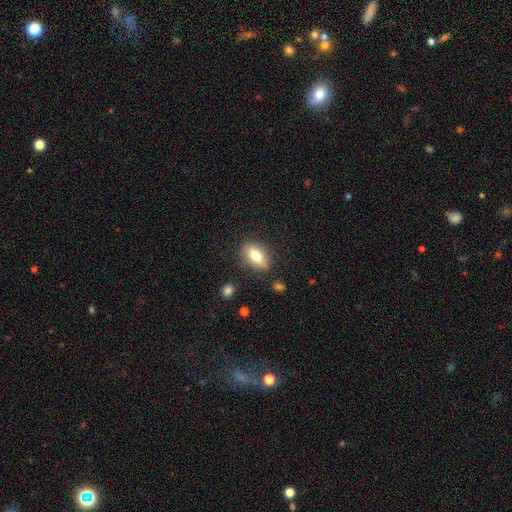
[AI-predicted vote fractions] smooth 75%, featured or disk 17%, star or artifact 8%. Down the decision tree: how rounded — in between (84%); merging — none (83%).